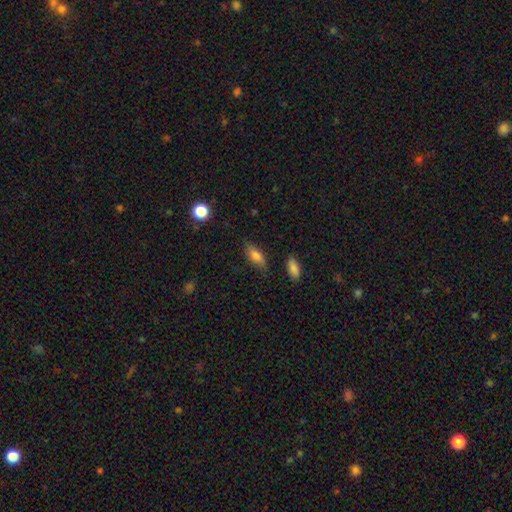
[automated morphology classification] This appears to be a smooth galaxy with no disk features (79%) that is in between round and cigar-shaped (79%). Merging: none (78%).